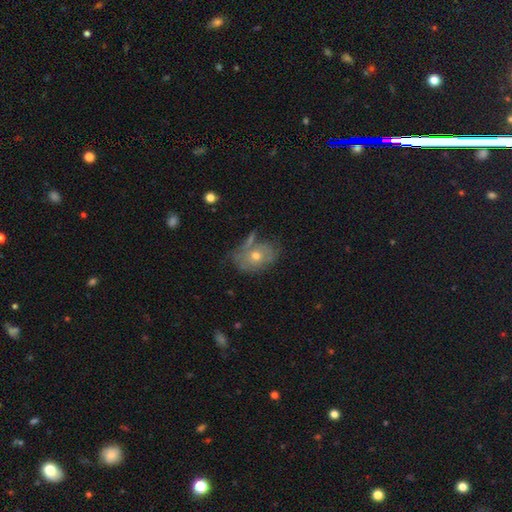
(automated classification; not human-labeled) Smooth or featured? featured or disk (51%)
Edge-on disk? no (93%)
Merging? none (54%)